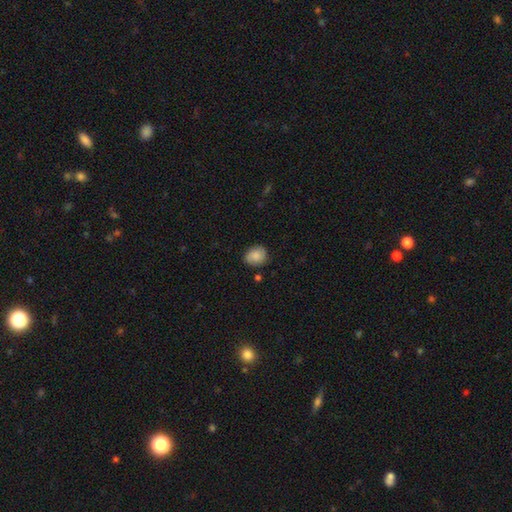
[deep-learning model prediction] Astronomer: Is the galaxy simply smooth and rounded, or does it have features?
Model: smooth — 69%.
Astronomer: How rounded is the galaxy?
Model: round — 60% (runner-up: in between, 39%).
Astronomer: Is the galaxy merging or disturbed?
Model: none — 77%.